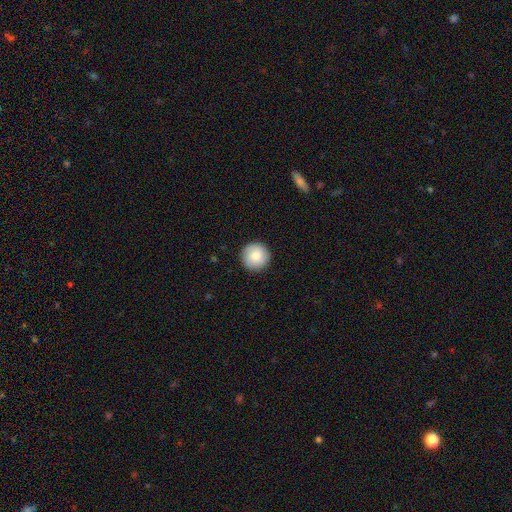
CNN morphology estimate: This appears to be a smooth galaxy with no disk features (80%) that is round (96%). Merging: none (91%).